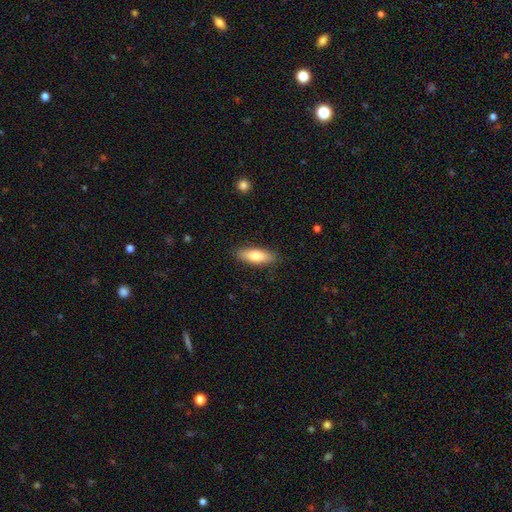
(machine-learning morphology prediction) A smooth galaxy with no disk features (80%) that is in between round and cigar-shaped (58%).

Vote fractions:
- Smooth or featured? smooth: 80% / featured or disk: 15% / star or artifact: 6%
- How rounded? in between: 58% / cigar-shaped: 40% / round: 2%
- Merging? none: 87% / minor disturbance: 10% / major disturbance: 2% / merger: 1%